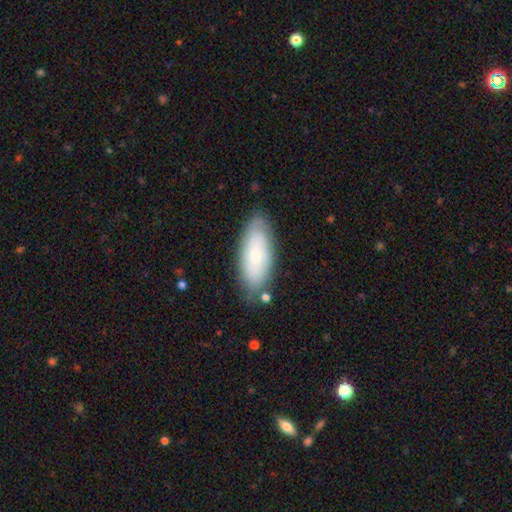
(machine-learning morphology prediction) smooth_or_featured: smooth (p=0.66) [alt: featured or disk p=0.27]
how_rounded: in between (p=0.81) [alt: cigar-shaped p=0.17]
merging: none (p=0.78) [alt: minor disturbance p=0.16]